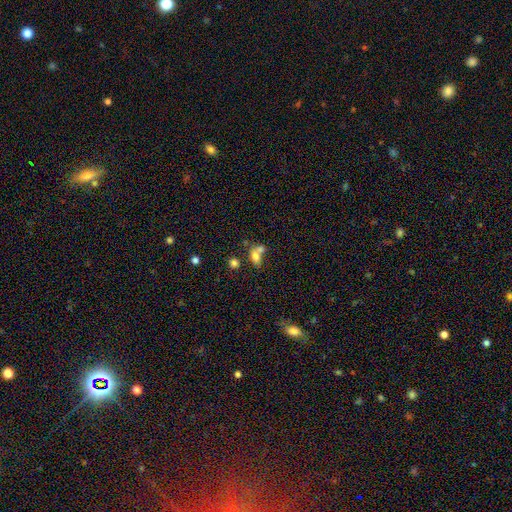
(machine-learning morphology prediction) This is likely a smooth galaxy (74%). How rounded: likely in between (68%). Merging: possibly merger (58%).